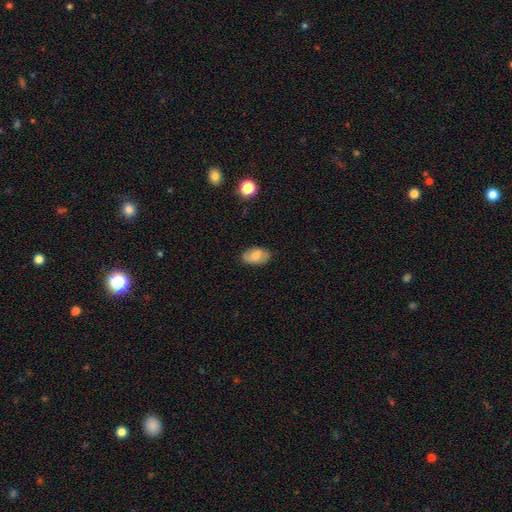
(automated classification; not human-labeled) Morphology: type=smooth (72%); roundness=in between (91%); merging=none (81%).